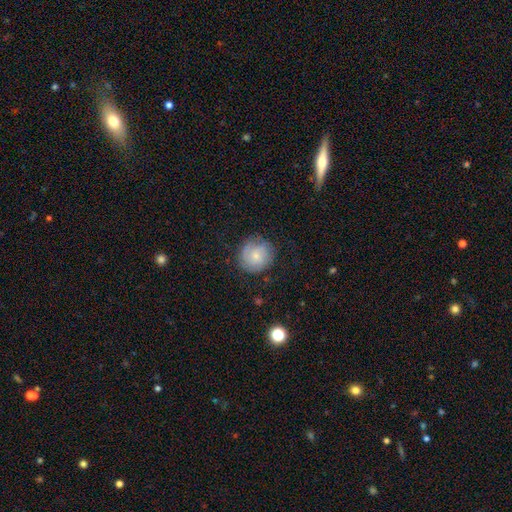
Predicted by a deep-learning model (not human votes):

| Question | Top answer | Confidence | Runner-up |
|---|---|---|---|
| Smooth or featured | smooth | 60% | featured or disk (32%) |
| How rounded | round | 91% | in between (8%) |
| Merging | none | 75% | minor disturbance (18%) |